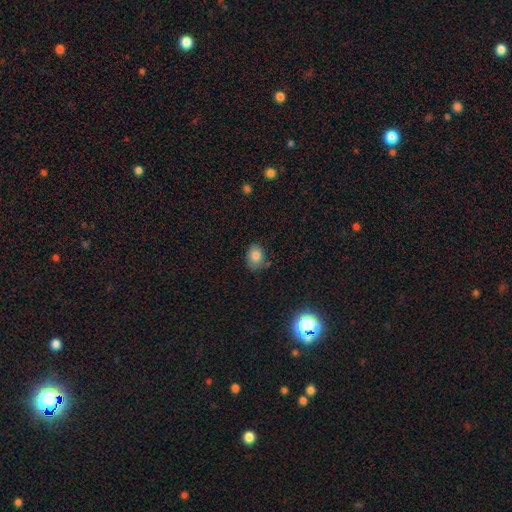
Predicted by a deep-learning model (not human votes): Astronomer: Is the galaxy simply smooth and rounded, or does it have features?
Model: smooth — 79%.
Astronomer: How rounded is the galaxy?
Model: in between — 60% (runner-up: round, 39%).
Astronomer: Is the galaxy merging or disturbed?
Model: none — 69%.